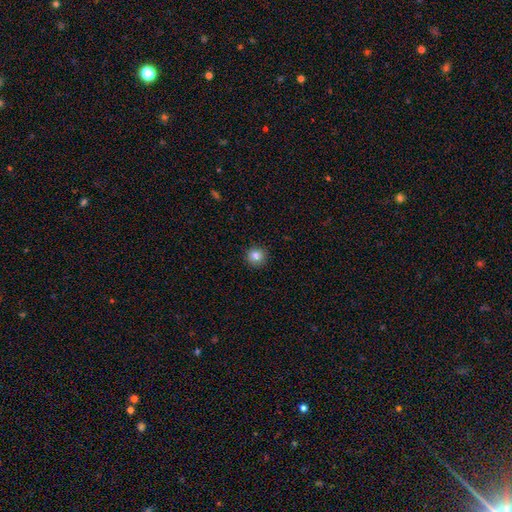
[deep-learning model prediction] smooth-or-featured: smooth: 83% | star or artifact: 11% | featured or disk: 6%
  how-rounded: round: 94% | in between: 5% | cigar-shaped: 1%
  merging: none: 92% | minor disturbance: 5% | major disturbance: 2% | merger: 1%